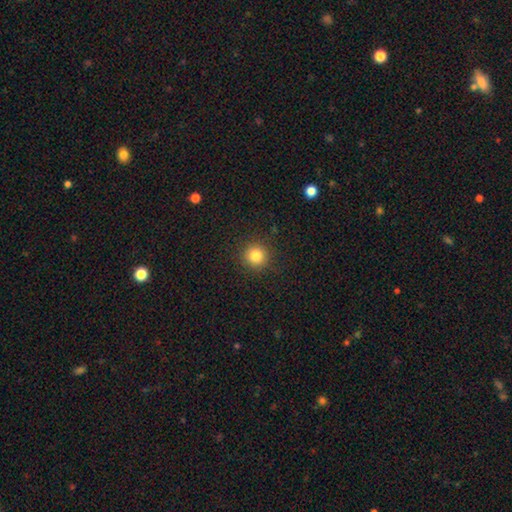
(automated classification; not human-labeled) Overall: smooth (83%). How rounded: round (95%). Merging: none (91%).